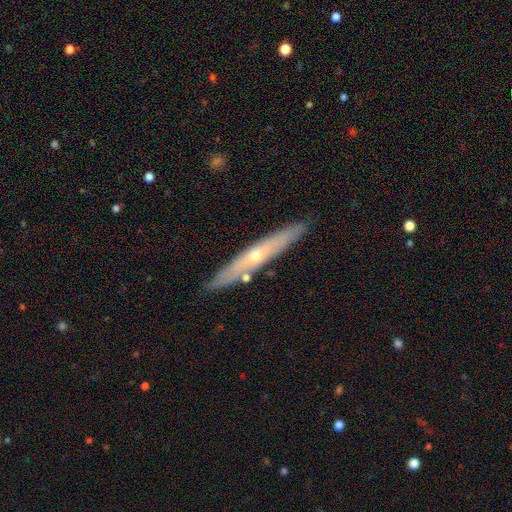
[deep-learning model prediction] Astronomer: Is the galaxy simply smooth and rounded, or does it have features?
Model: featured or disk — 59% (runner-up: smooth, 35%).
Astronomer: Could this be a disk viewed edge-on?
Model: yes — 83%.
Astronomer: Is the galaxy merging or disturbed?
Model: none — 85%.